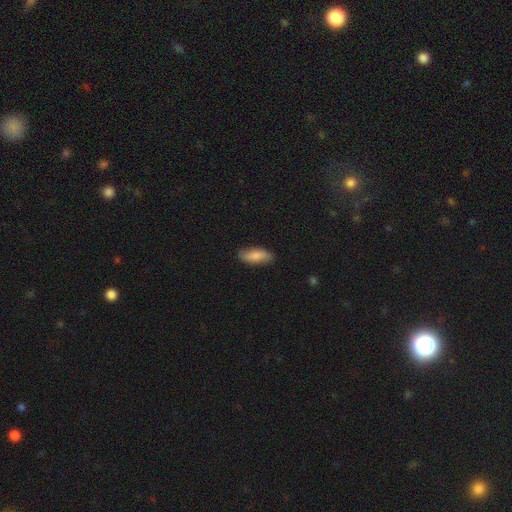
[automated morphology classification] Smooth or featured?
  - smooth: 78% *
  - featured or disk: 16%
  - star or artifact: 6%
How rounded?
  - in between: 74% *
  - cigar-shaped: 24%
  - round: 2%
Merging?
  - none: 84% *
  - minor disturbance: 13%
  - major disturbance: 2%
  - merger: 1%